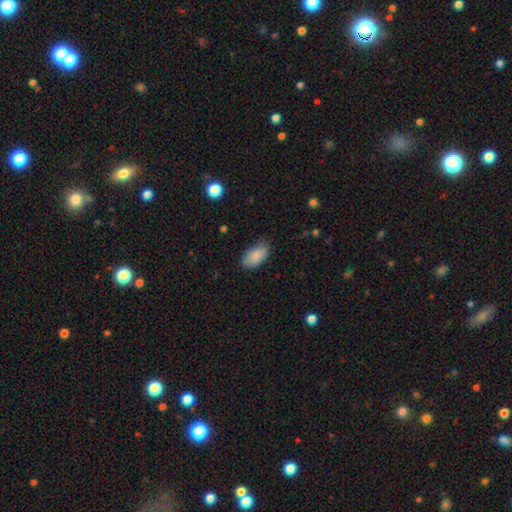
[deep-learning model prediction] smooth 83%, featured or disk 10%, star or artifact 7%. Down the decision tree: how rounded — in between (94%); merging — none (69%).